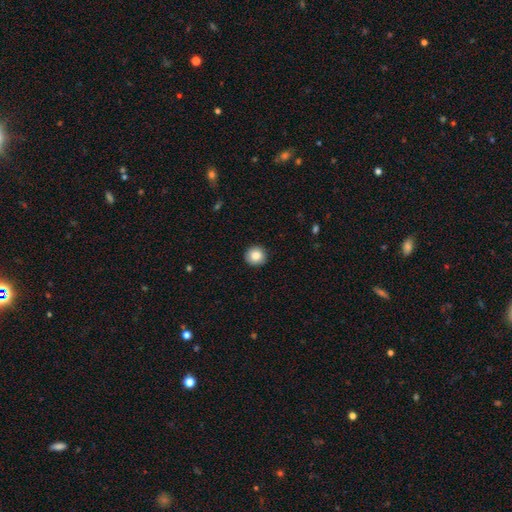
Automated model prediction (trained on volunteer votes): This is clearly a smooth galaxy (86%). How rounded: clearly round (92%). Merging: clearly none (90%).